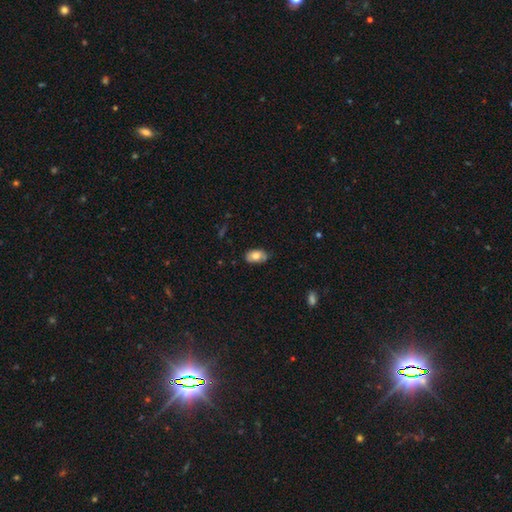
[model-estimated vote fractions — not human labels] This appears to be a smooth galaxy with no disk features (77%) that is in between round and cigar-shaped (91%). Merging: none (75%).